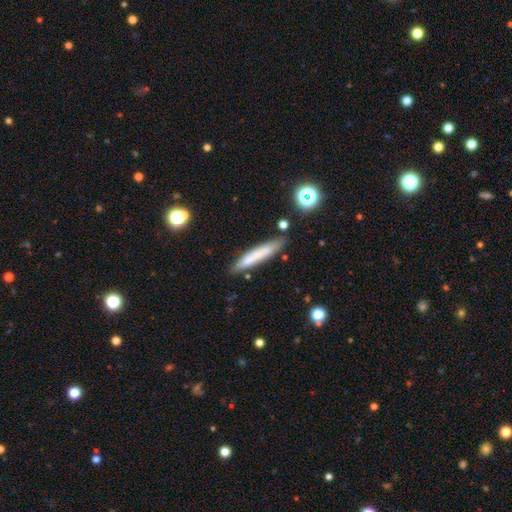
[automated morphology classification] Smooth or featured?
  - smooth: 65% *
  - featured or disk: 26%
  - star or artifact: 9%
How rounded?
  - cigar-shaped: 92% *
  - in between: 7%
  - round: 2%
Merging?
  - none: 81% *
  - minor disturbance: 12%
  - merger: 4%
  - major disturbance: 3%